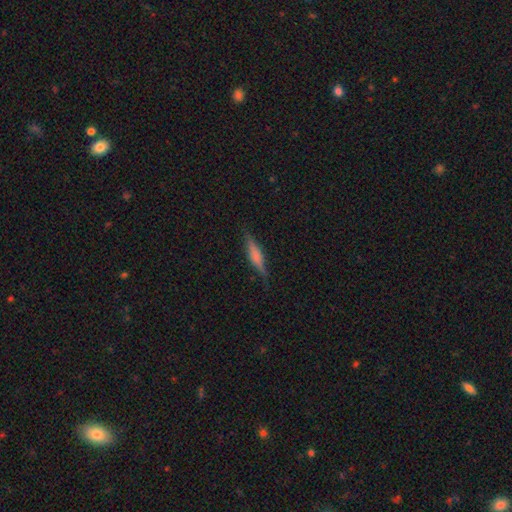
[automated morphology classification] Smooth or featured: smooth — 48% (featured or disk — 44%)
Merging: none — 82% (minor disturbance — 14%)